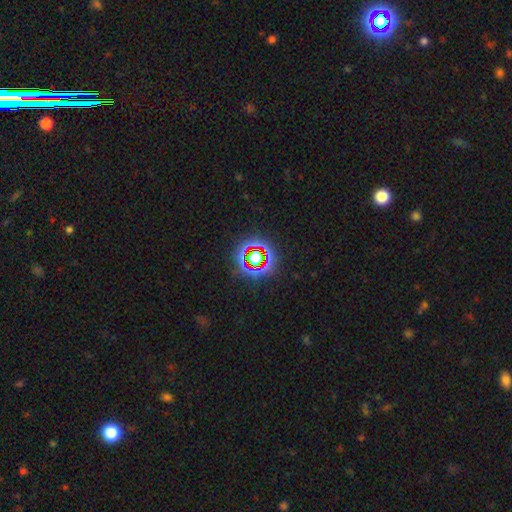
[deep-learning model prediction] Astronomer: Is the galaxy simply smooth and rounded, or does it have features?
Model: star or artifact — 68%.